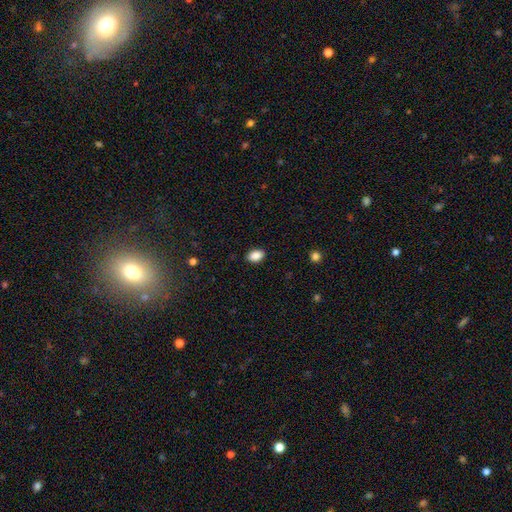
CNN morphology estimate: A smooth galaxy with no disk features (88%) that is in between round and cigar-shaped (88%).

Vote fractions:
- Smooth or featured? smooth: 88% / star or artifact: 8% / featured or disk: 3%
- How rounded? in between: 88% / round: 10% / cigar-shaped: 1%
- Merging? none: 89% / minor disturbance: 8% / major disturbance: 2% / merger: 1%